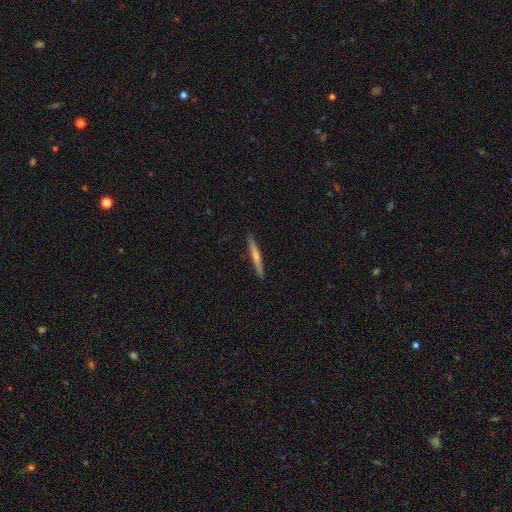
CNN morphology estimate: This appears to be a featured or disk galaxy (65%) viewed edge-on (97%) with a rounded central bulge (76%). Merging: none (91%).